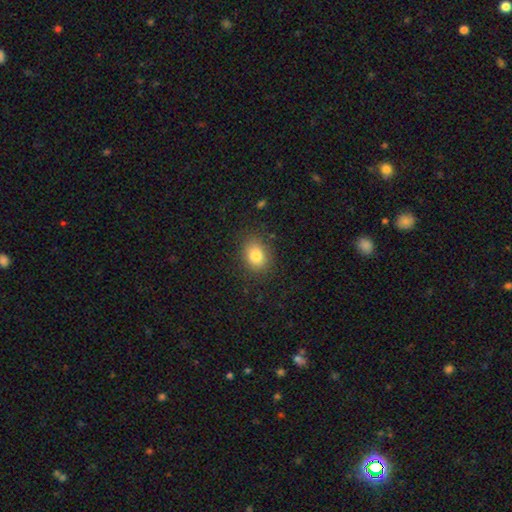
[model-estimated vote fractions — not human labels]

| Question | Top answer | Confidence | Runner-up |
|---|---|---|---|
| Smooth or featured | smooth | 82% | star or artifact (10%) |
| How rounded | in between | 55% | round (44%) |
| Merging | none | 85% | minor disturbance (11%) |